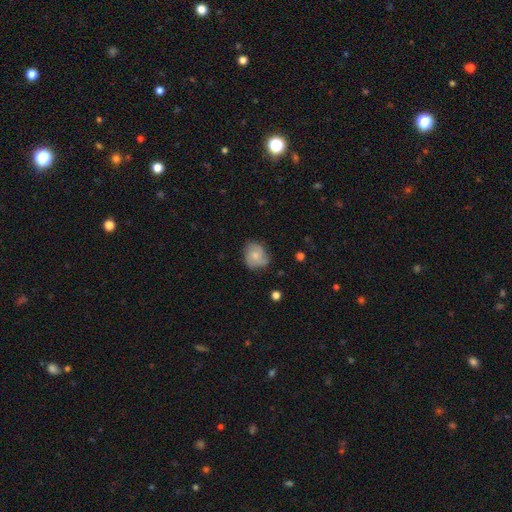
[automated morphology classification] Q: Smooth or featured?
A: smooth (50%); runner-up: featured or disk (42%)
Q: How rounded?
A: round (65%); runner-up: in between (34%)
Q: Merging?
A: none (65%); runner-up: minor disturbance (25%)